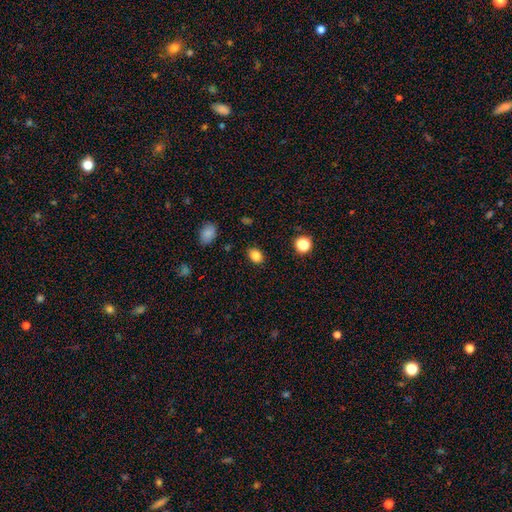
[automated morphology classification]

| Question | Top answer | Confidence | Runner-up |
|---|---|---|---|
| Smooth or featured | smooth | 84% | star or artifact (11%) |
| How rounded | in between | 64% | round (35%) |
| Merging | none | 86% | minor disturbance (10%) |